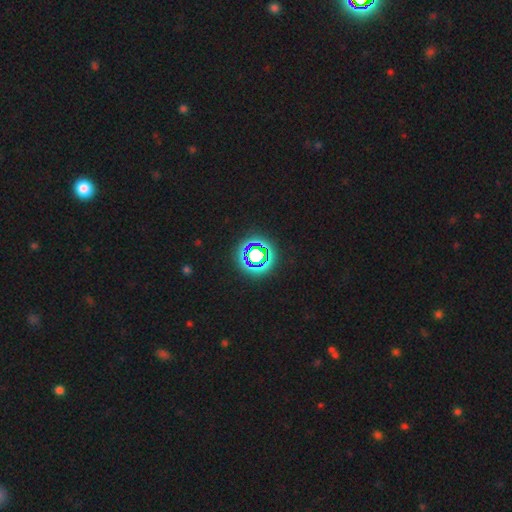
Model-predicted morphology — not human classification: Smooth or featured: star or artifact — 63% (smooth — 23%)